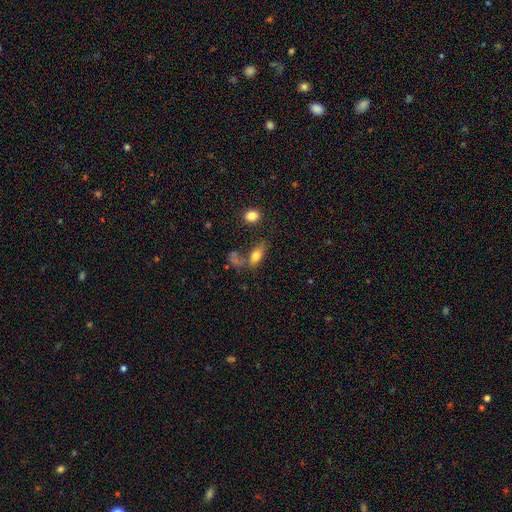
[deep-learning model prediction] Smooth or featured? smooth (74%)
How rounded? in between (81%)
Merging? none (52%)